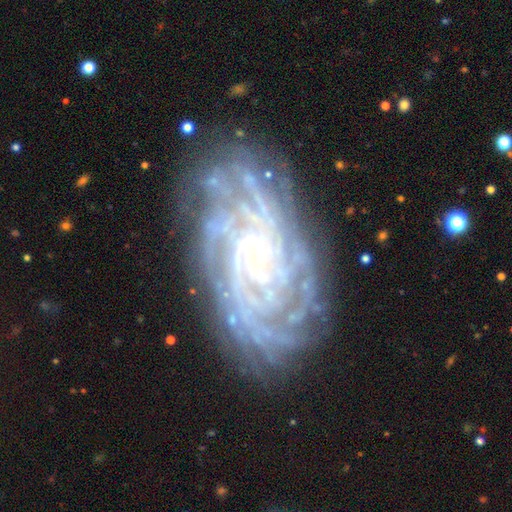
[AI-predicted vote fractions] Q: Smooth or featured?
A: featured or disk (87%); runner-up: star or artifact (7%)
Q: Edge-on disk?
A: no (96%); runner-up: yes (4%)
Q: Bar?
A: no (63%); runner-up: weak (27%)
Q: Spiral arms?
A: yes (97%); runner-up: no (3%)
Q: Spiral winding?
A: tight (80%); runner-up: medium (16%)
Q: Spiral arm count?
A: more than 4 (30%); runner-up: can't tell (25%)
Q: Bulge size?
A: small (83%); runner-up: moderate (9%)
Q: Merging?
A: none (79%); runner-up: minor disturbance (14%)